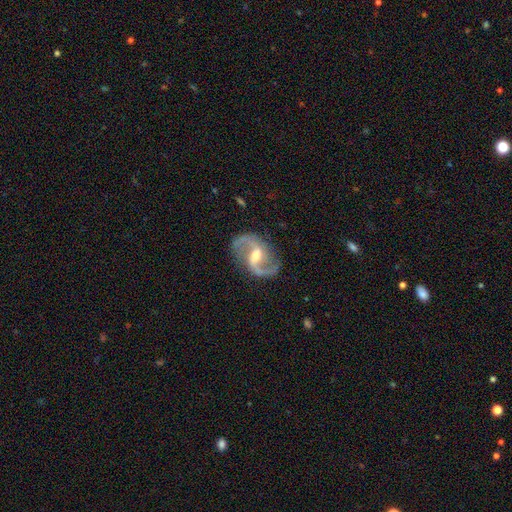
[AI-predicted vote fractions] Smooth or featured? featured or disk (92%)
Edge-on disk? no (98%)
Bar? weak (53%)
Spiral arms? yes (98%)
Spiral winding? loose (47%)
Spiral arm count? 2 (94%)
Bulge size? moderate (62%)
Merging? none (81%)